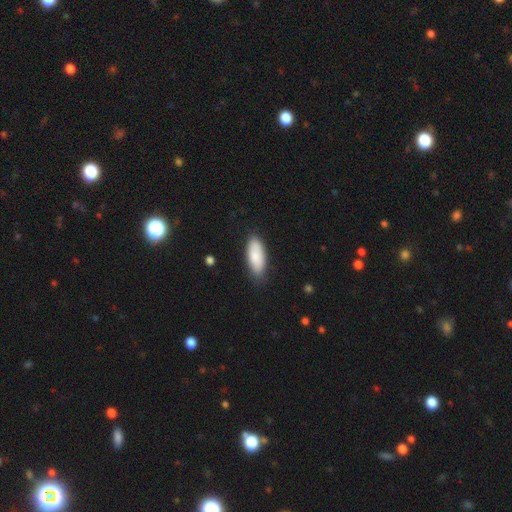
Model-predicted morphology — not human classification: A smooth galaxy with no disk features (86%) that is in between round and cigar-shaped (81%). Merging: none (81%).